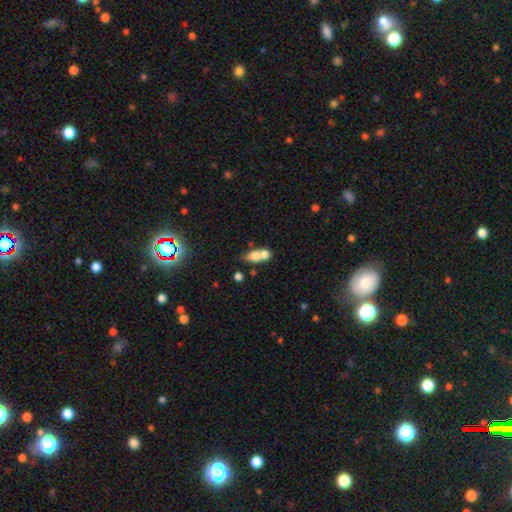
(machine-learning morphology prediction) A smooth galaxy with no disk features (70%) that is in between round and cigar-shaped (63%). Merging: merger (61%).